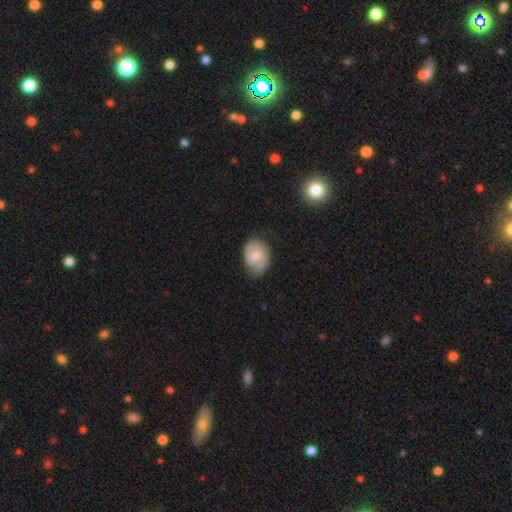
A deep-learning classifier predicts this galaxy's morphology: A featured or disk galaxy (54%) with no bar (55%), spiral arms (85%) and a moderate central bulge (50%).

Vote fractions:
- Smooth or featured? featured or disk: 54% / smooth: 39% / star or artifact: 6%
- Edge-on disk? no: 97% / yes: 3%
- Bar? no: 55% / weak: 39% / strong: 6%
- Spiral arms? yes: 85% / no: 15%
- Bulge size? moderate: 50% / small: 37% / none: 7% / large: 5% / dominant: 1%
- Merging? none: 58% / minor disturbance: 30% / major disturbance: 10% / merger: 2%